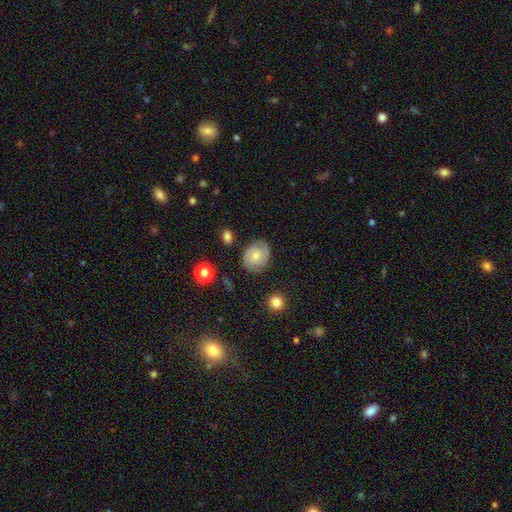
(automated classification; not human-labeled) Smooth or featured?
  - featured or disk: 66% *
  - smooth: 26%
  - star or artifact: 8%
Edge-on disk?
  - no: 98% *
  - yes: 2%
Bar?
  - no: 65% *
  - weak: 31%
  - strong: 5%
Spiral arms?
  - yes: 93% *
  - no: 7%
Spiral winding?
  - tight: 56% *
  - medium: 36%
  - loose: 9%
Spiral arm count?
  - 2: 80% *
  - can't tell: 10%
  - 3: 5%
  - 1: 3%
  - 4: 1%
  - more than 4: 1%
Bulge size?
  - small: 53% *
  - moderate: 37%
  - none: 6%
  - large: 3%
  - dominant: 1%
Merging?
  - none: 81% *
  - minor disturbance: 14%
  - major disturbance: 4%
  - merger: 2%